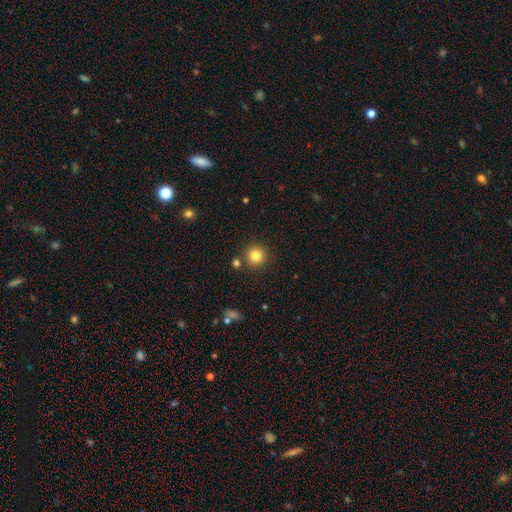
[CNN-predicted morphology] smooth-or-featured: smooth: 81% | star or artifact: 12% | featured or disk: 6%
  how-rounded: round: 94% | in between: 5% | cigar-shaped: 1%
  merging: none: 86% | minor disturbance: 6% | merger: 6% | major disturbance: 2%